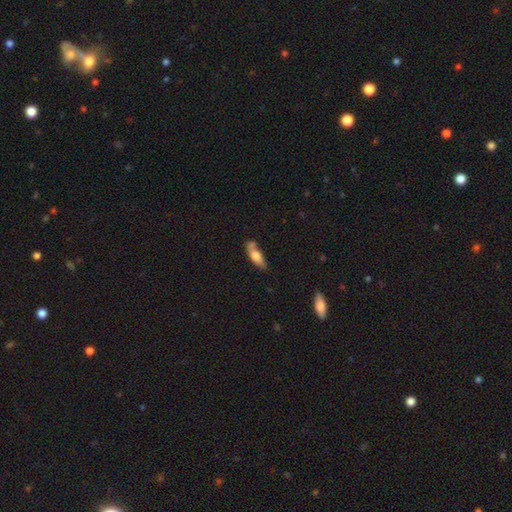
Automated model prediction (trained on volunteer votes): Smooth or featured: smooth — 68% (featured or disk — 26%)
How rounded: in between — 57% (cigar-shaped — 40%)
Merging: none — 57% (minor disturbance — 23%)